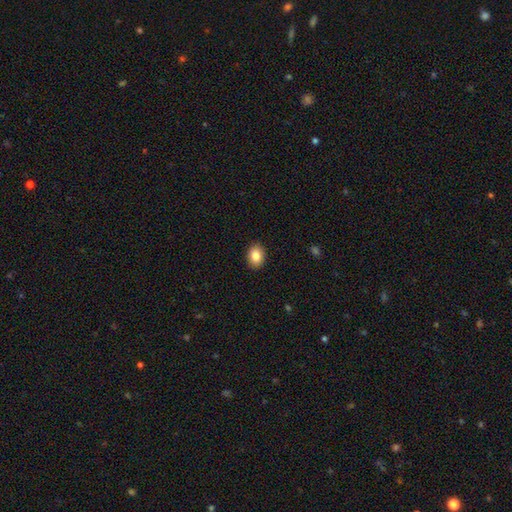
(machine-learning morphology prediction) smooth-or-featured: smooth: 85% | star or artifact: 8% | featured or disk: 6%
  how-rounded: in between: 62% | round: 37% | cigar-shaped: 1%
  merging: none: 91% | minor disturbance: 7% | major disturbance: 2% | merger: 1%